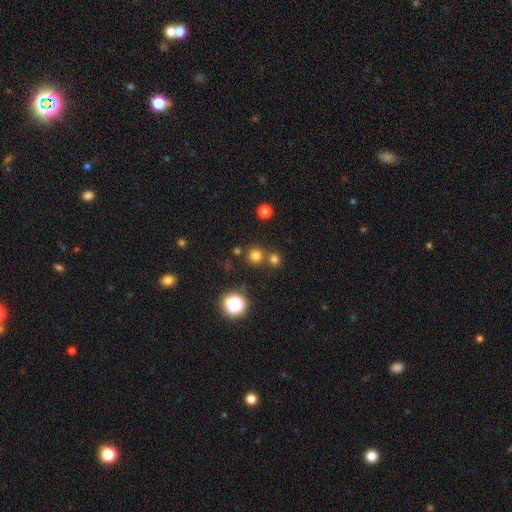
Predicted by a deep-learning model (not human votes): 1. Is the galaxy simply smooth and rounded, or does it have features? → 72% smooth, 21% star or artifact, 6% featured or disk.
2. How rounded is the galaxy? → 94% round, 5% in between, 1% cigar-shaped.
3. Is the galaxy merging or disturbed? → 73% none, 18% merger, 6% minor disturbance, 3% major disturbance.